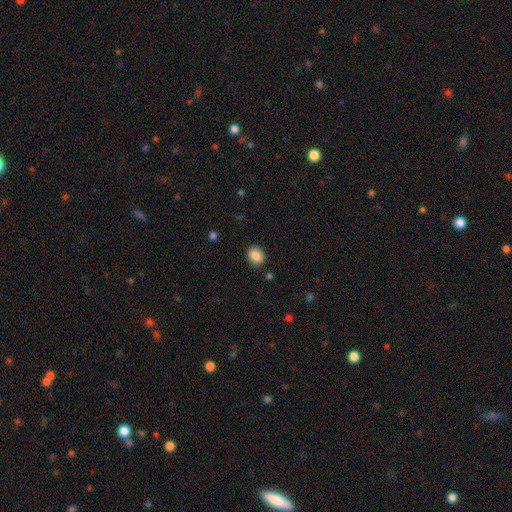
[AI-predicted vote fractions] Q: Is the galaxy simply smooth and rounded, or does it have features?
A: smooth — 88%.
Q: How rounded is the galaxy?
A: in between — 59%.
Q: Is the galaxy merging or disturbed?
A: none — 88%.